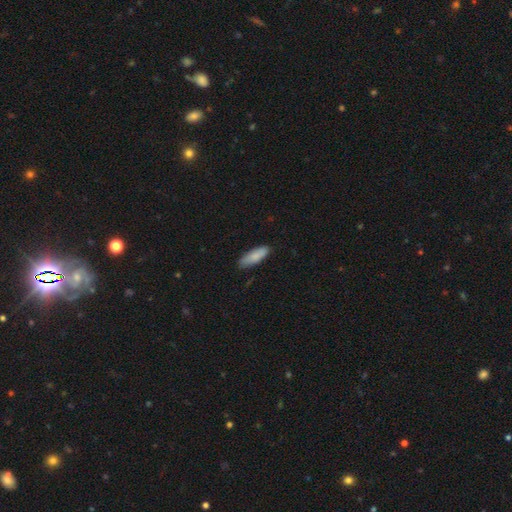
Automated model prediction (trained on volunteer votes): This is clearly a smooth galaxy (84%). How rounded: possibly in between (58%). Merging: clearly none (81%).